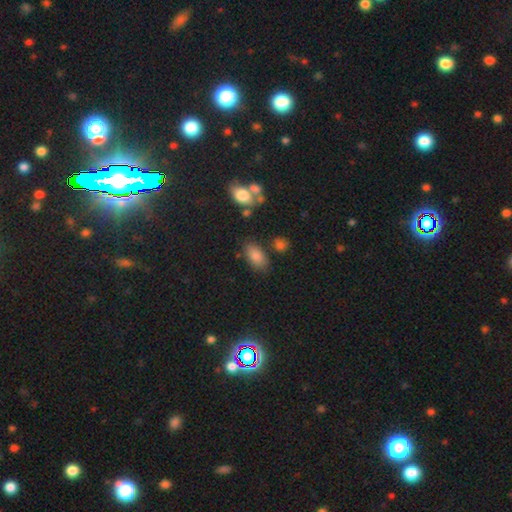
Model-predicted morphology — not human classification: Smooth or featured: smooth — 81% (star or artifact — 11%)
How rounded: in between — 91% (round — 6%)
Merging: none — 75% (minor disturbance — 14%)